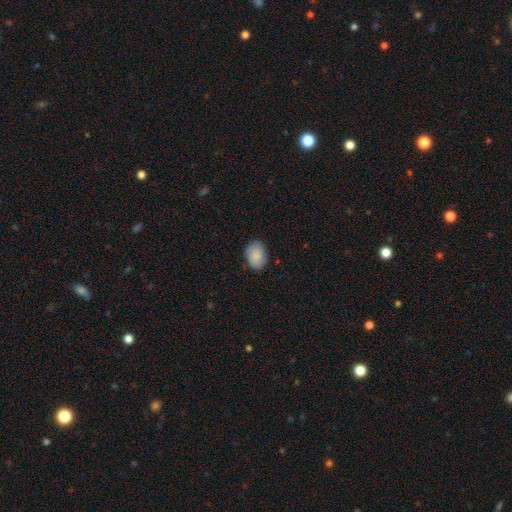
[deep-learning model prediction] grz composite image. It shows a smooth galaxy with no disk features (87%) that is in between round and cigar-shaped (79%). Merging: none (83%).